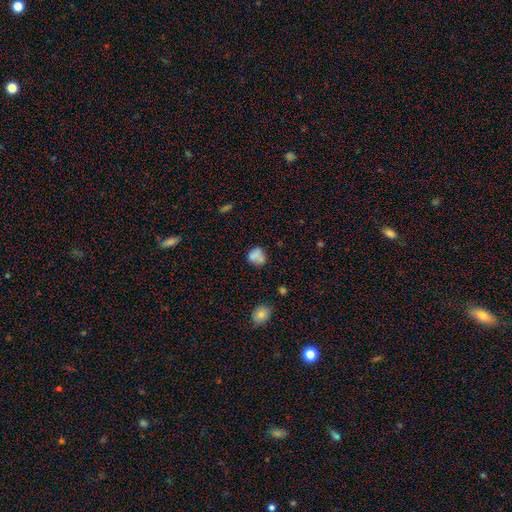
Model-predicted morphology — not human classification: smooth 76%, featured or disk 13%, star or artifact 11%. Down the decision tree: how rounded — round (68%); merging — none (56%).